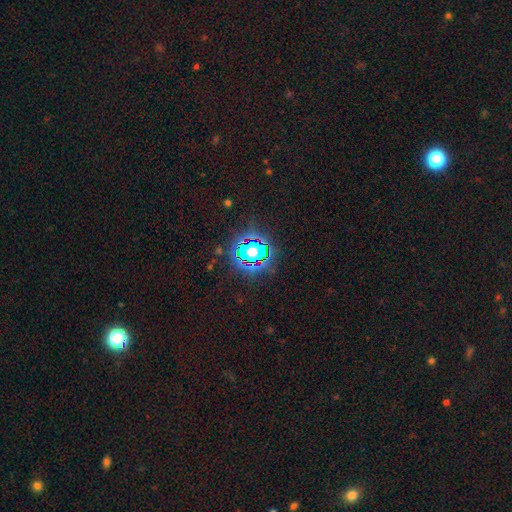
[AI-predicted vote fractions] Smooth or featured? Predicted: star or artifact (p=0.64).